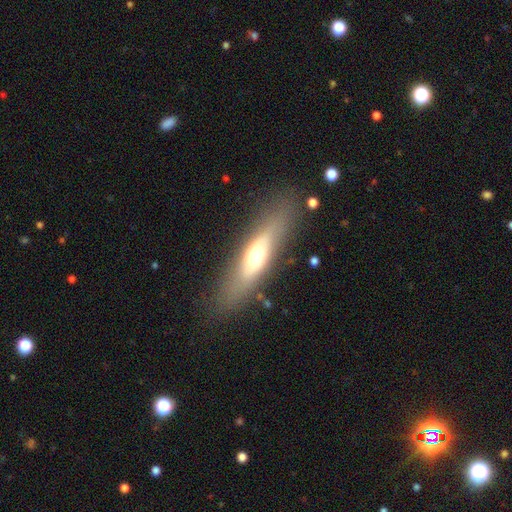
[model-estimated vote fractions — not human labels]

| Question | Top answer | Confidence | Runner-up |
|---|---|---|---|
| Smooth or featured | smooth | 50% | featured or disk (43%) |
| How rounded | cigar-shaped | 61% | in between (37%) |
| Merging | none | 82% | minor disturbance (11%) |